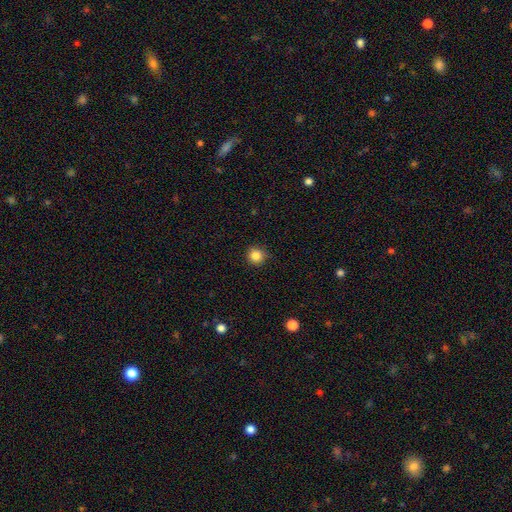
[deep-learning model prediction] Morphology: type=smooth (85%); roundness=round (93%); merging=none (89%).